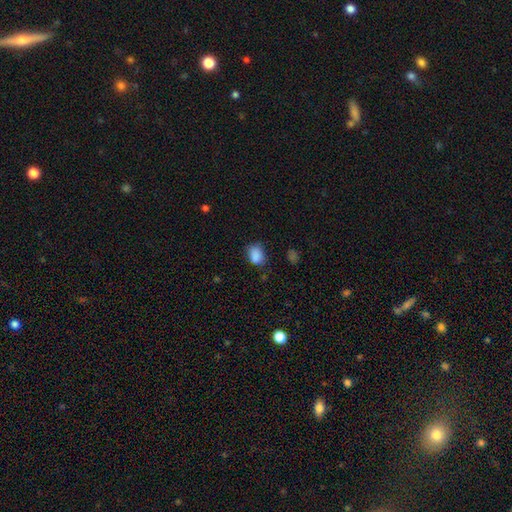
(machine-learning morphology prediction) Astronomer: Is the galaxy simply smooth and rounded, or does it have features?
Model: smooth — 86%.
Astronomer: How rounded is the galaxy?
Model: in between — 68%.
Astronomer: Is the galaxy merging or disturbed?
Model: none — 67%.